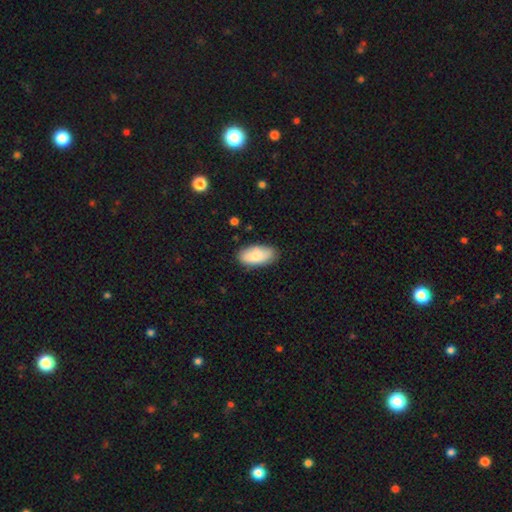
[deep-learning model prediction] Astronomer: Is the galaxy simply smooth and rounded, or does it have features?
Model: smooth — 81%.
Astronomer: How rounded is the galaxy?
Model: in between — 93%.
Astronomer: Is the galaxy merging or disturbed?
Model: none — 81%.